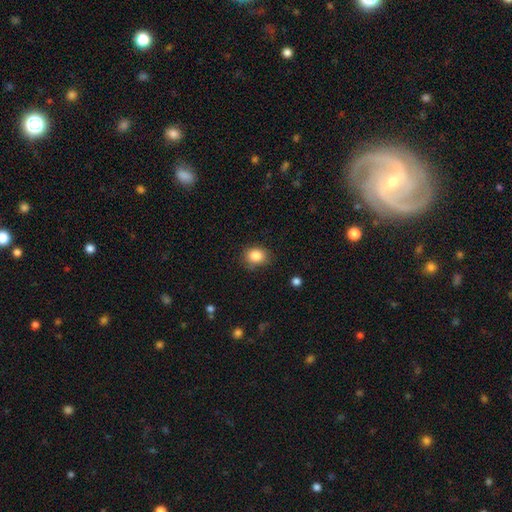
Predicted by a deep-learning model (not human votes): smooth-or-featured: smooth: 86% | star or artifact: 10% | featured or disk: 5%
  how-rounded: round: 61% | in between: 38% | cigar-shaped: 1%
  merging: none: 80% | minor disturbance: 15% | major disturbance: 3% | merger: 2%